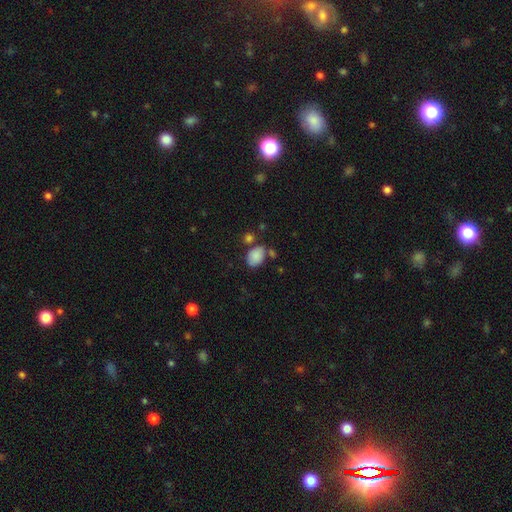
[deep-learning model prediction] Smooth or featured? smooth (85%)
How rounded? in between (74%)
Merging? none (62%)